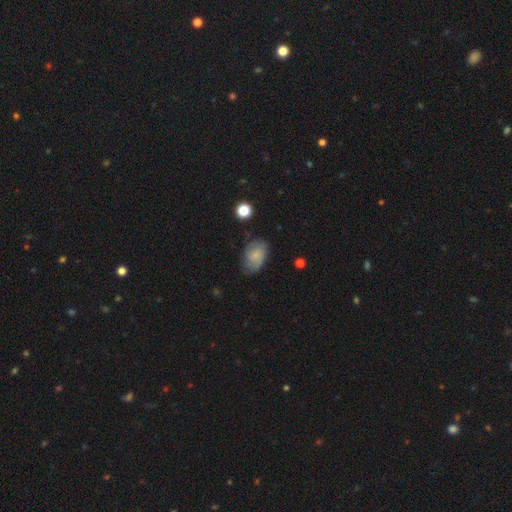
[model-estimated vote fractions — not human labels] Smooth or featured? Predicted: smooth (p=0.56). How rounded? Predicted: in between (p=0.81). Merging? Predicted: none (p=0.64).